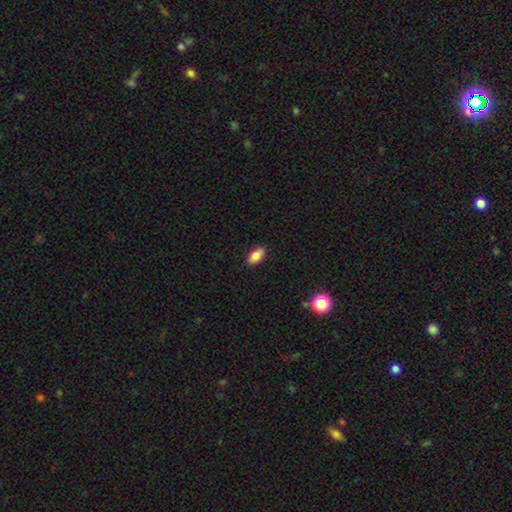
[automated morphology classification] smooth 85%, star or artifact 8%, featured or disk 7%. Down the decision tree: how rounded — in between (92%); merging — none (88%).